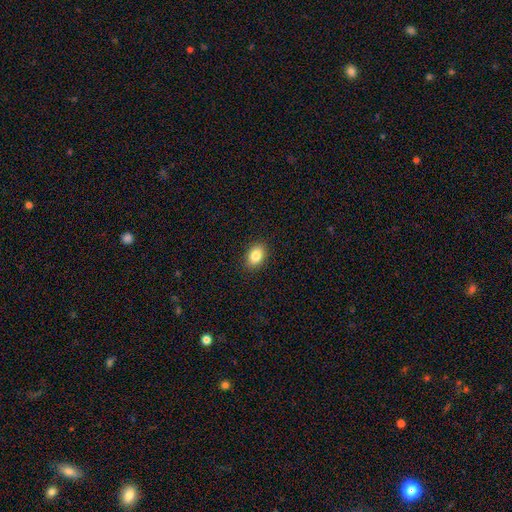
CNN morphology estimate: Smooth or featured? Predicted: smooth (p=0.85). How rounded? Predicted: in between (p=0.79). Merging? Predicted: none (p=0.89).